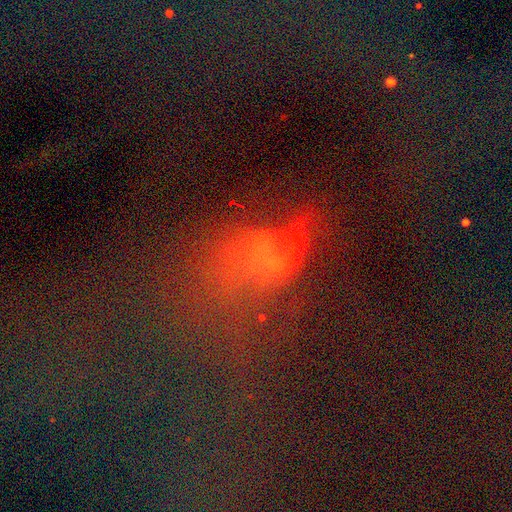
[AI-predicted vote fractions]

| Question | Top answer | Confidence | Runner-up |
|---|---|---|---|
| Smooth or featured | featured or disk | 47% | star or artifact (29%) |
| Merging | major disturbance | 41% | none (25%) |